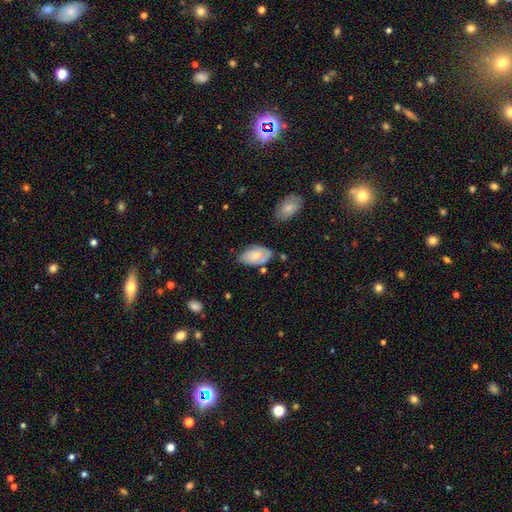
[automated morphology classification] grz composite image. It shows a smooth galaxy with no disk features (56%) that is in between round and cigar-shaped (93%). Merging: none (57%).